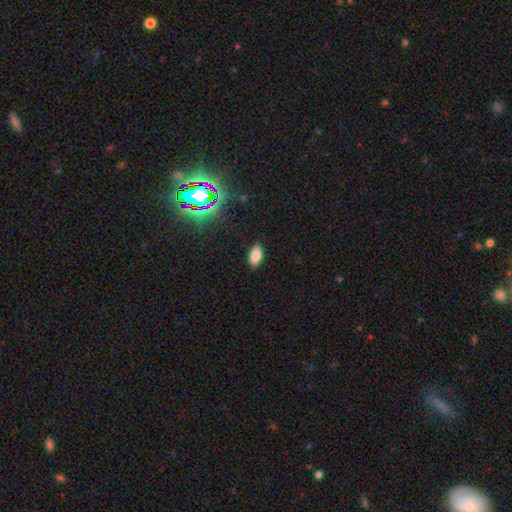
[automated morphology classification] smooth-or-featured: smooth: 80% | star or artifact: 12% | featured or disk: 9%
  how-rounded: in between: 92% | round: 4% | cigar-shaped: 4%
  merging: none: 87% | minor disturbance: 10% | major disturbance: 2% | merger: 1%